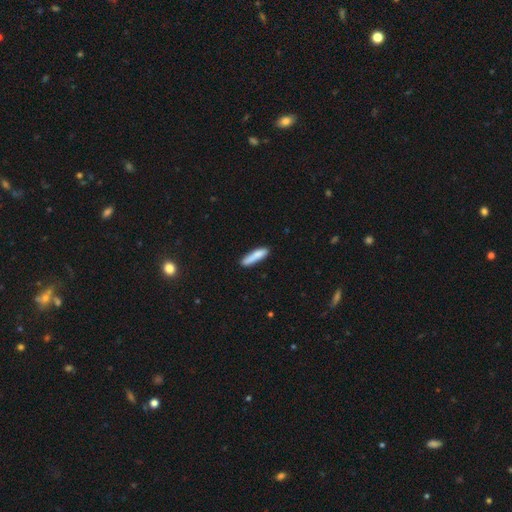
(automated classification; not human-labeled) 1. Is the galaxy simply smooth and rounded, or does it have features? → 84% smooth, 10% featured or disk, 6% star or artifact.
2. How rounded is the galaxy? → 83% cigar-shaped, 16% in between, 1% round.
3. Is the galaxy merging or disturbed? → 81% none, 14% minor disturbance, 2% merger, 2% major disturbance.